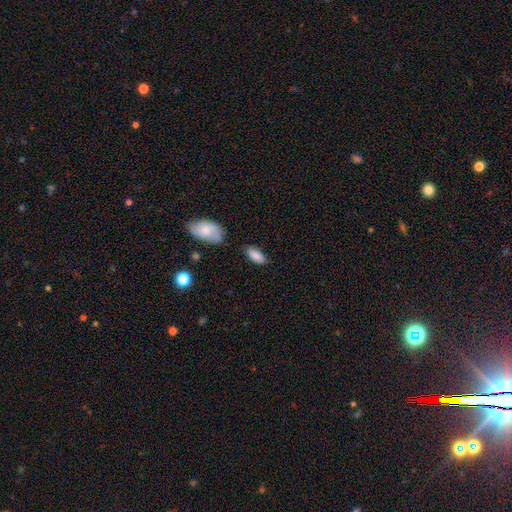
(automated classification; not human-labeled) Smooth or featured? Predicted: smooth (p=0.83). How rounded? Predicted: in between (p=0.85). Merging? Predicted: none (p=0.77).